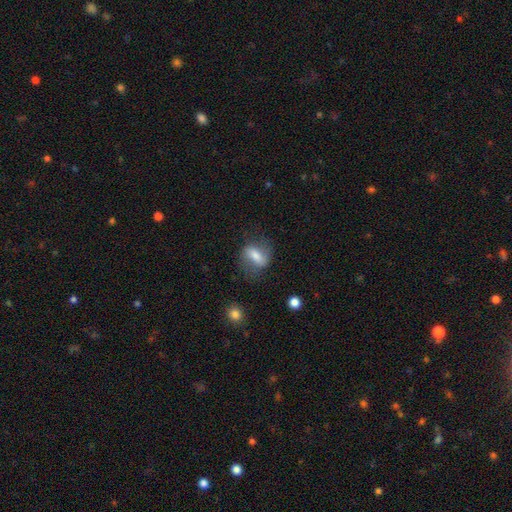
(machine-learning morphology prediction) This is possibly a smooth galaxy (58%). How rounded: likely in between (70%). Merging: likely none (65%).